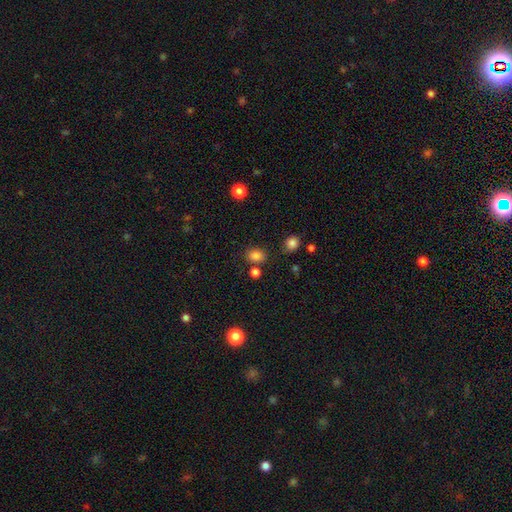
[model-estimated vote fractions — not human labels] smooth_or_featured: smooth (p=0.82) [alt: star or artifact p=0.13]
how_rounded: in between (p=0.56) [alt: round p=0.43]
merging: none (p=0.75) [alt: minor disturbance p=0.12]